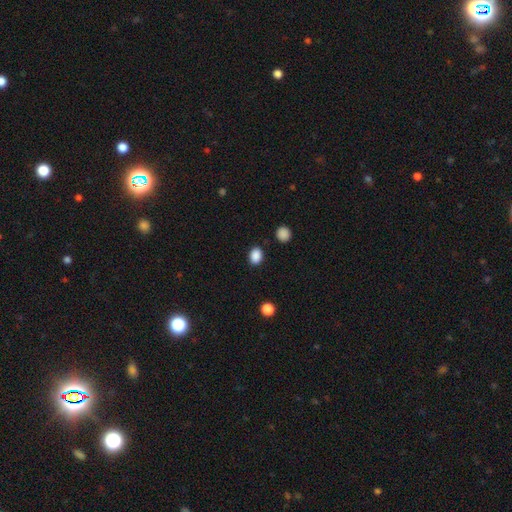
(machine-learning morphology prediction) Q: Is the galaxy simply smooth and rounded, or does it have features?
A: smooth — 88%.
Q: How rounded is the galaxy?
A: in between — 64%.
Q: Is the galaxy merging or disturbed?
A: none — 86%.